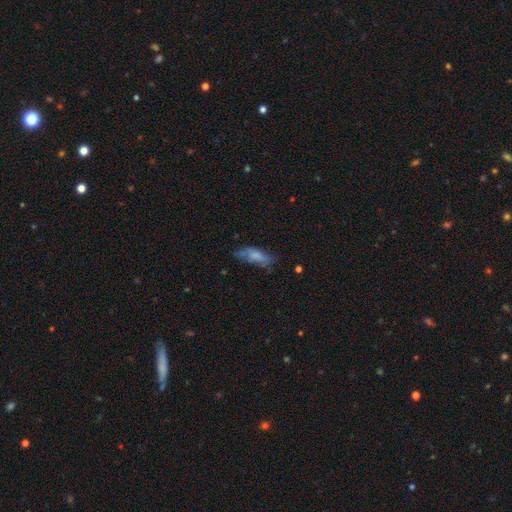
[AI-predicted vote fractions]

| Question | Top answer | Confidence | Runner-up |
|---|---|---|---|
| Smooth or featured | smooth | 58% | featured or disk (34%) |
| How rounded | in between | 66% | cigar-shaped (31%) |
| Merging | none | 51% | minor disturbance (30%) |